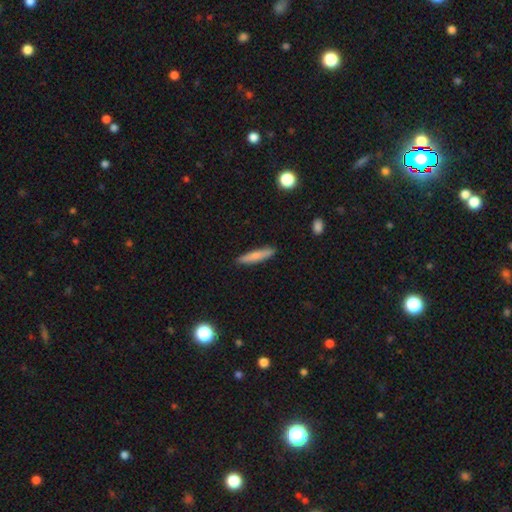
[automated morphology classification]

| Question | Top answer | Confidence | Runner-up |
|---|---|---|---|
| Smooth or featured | smooth | 74% | featured or disk (20%) |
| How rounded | cigar-shaped | 87% | in between (11%) |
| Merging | none | 89% | minor disturbance (8%) |